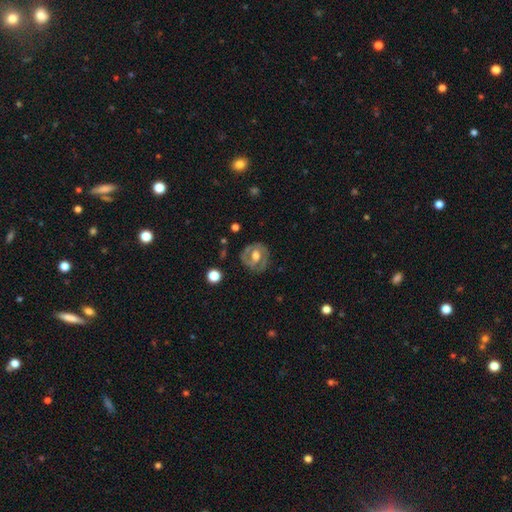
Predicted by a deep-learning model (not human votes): smooth_or_featured: featured or disk (p=0.69) [alt: smooth p=0.25]
disk_edge_on: no (p=0.97) [alt: yes p=0.03]
bar: no (p=0.44) [alt: weak p=0.41]
has_spiral_arms: yes (p=0.70) [alt: no p=0.30]
bulge_size: moderate (p=0.68) [alt: large p=0.20]
merging: none (p=0.76) [alt: minor disturbance p=0.16]